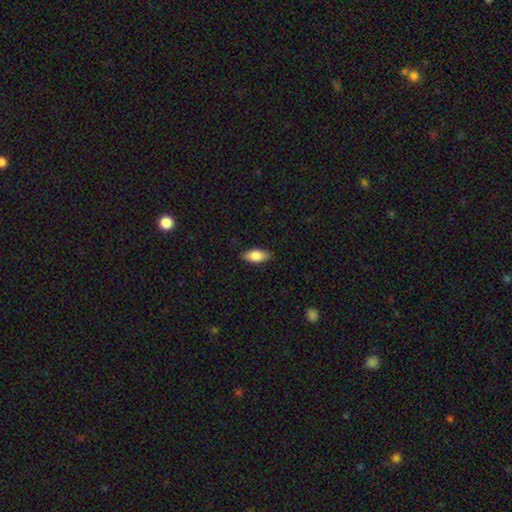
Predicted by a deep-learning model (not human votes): Smooth or featured?
  - smooth: 80% *
  - featured or disk: 13%
  - star or artifact: 6%
How rounded?
  - in between: 87% *
  - cigar-shaped: 9%
  - round: 3%
Merging?
  - none: 86% *
  - minor disturbance: 11%
  - major disturbance: 2%
  - merger: 1%